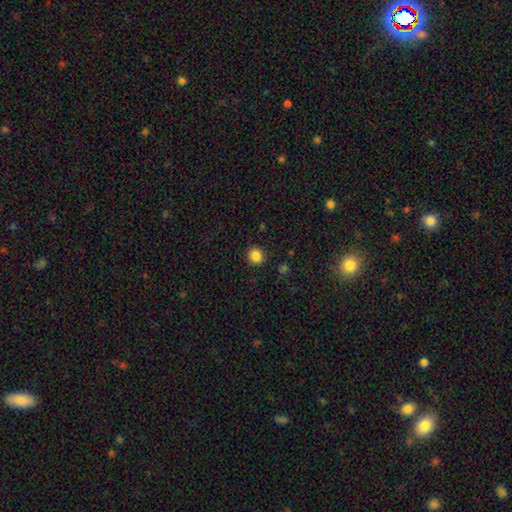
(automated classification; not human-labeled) Smooth or featured? smooth (86%)
How rounded? round (90%)
Merging? none (91%)